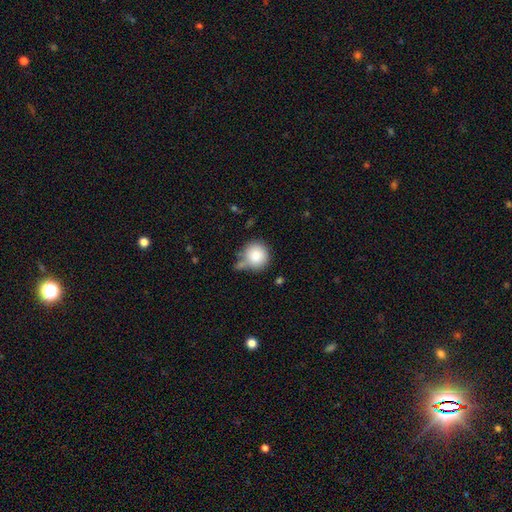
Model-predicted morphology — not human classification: smooth_or_featured: smooth (p=0.86) [alt: star or artifact p=0.08]
how_rounded: round (p=0.91) [alt: in between p=0.08]
merging: none (p=0.53) [alt: minor disturbance p=0.23]